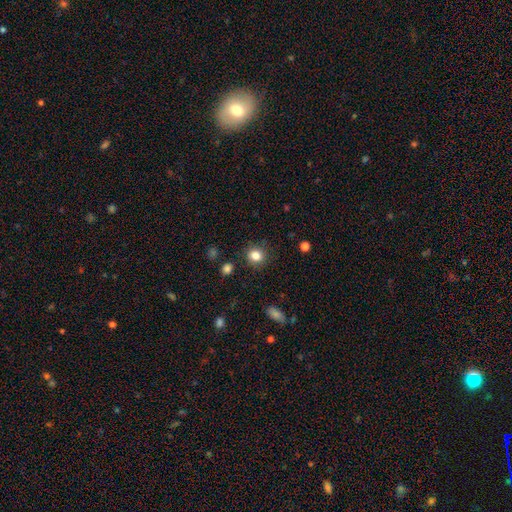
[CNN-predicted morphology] Smooth or featured: smooth — 84% (star or artifact — 11%)
How rounded: round — 82% (in between — 17%)
Merging: none — 88% (minor disturbance — 8%)